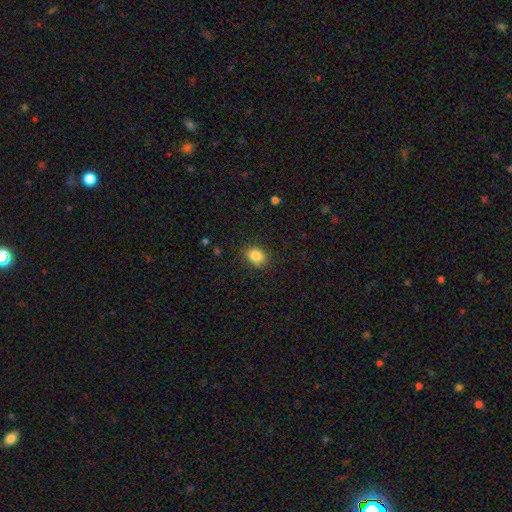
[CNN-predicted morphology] Q: Smooth or featured?
A: smooth (85%); runner-up: star or artifact (10%)
Q: How rounded?
A: in between (54%); runner-up: round (45%)
Q: Merging?
A: none (83%); runner-up: minor disturbance (13%)